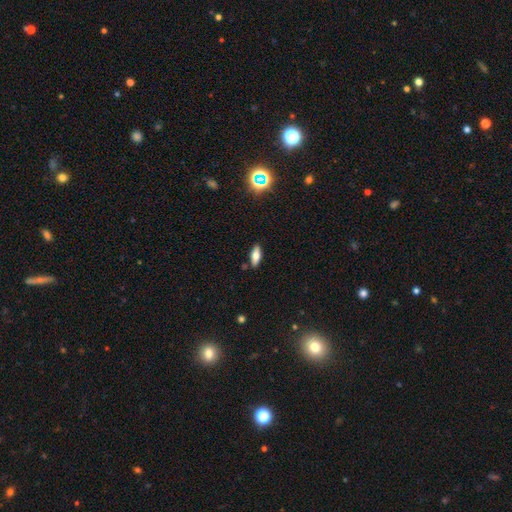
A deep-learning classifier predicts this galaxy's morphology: Overall: smooth (62%; featured or disk 28%). How rounded: in between (70%). Merging: none (87%).